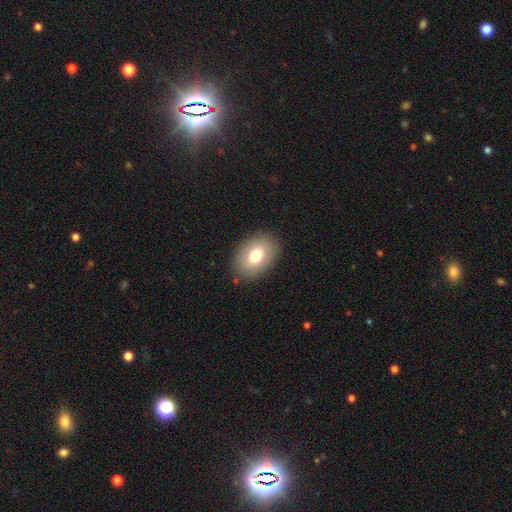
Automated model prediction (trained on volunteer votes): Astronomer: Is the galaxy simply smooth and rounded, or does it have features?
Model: smooth — 75%.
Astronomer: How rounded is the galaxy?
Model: in between — 80%.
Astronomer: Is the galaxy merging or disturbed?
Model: none — 87%.